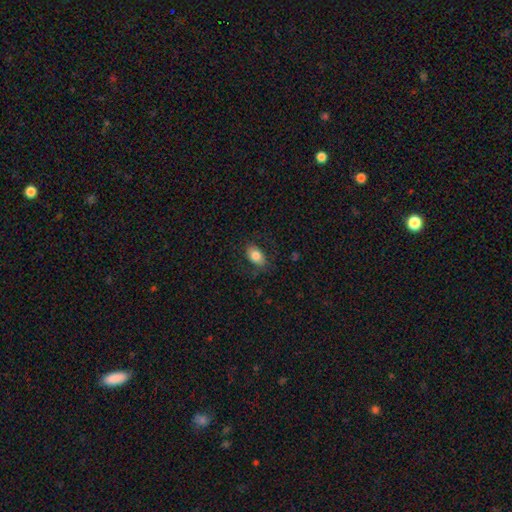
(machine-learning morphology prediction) Q: Smooth or featured?
A: smooth (81%); runner-up: featured or disk (12%)
Q: How rounded?
A: in between (90%); runner-up: round (8%)
Q: Merging?
A: none (80%); runner-up: minor disturbance (14%)